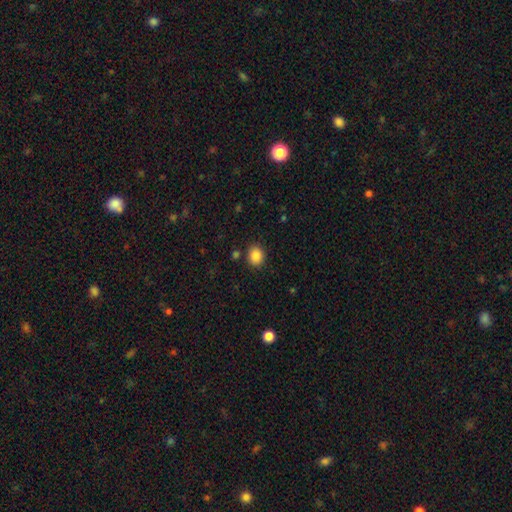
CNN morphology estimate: Smooth or featured? smooth (87%)
How rounded? round (68%)
Merging? none (86%)